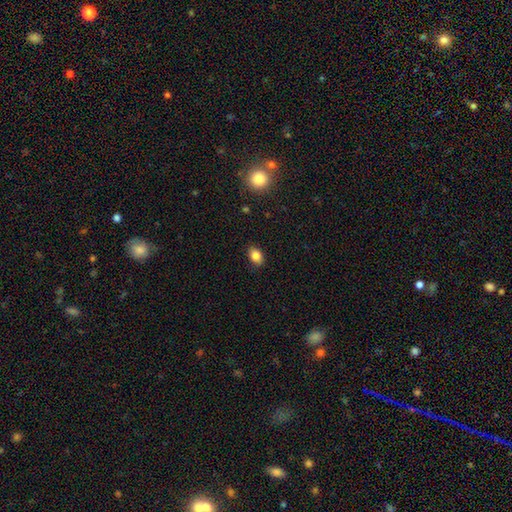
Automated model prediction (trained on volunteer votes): Morphology: type=smooth (85%); roundness=in between (81%); merging=none (86%).